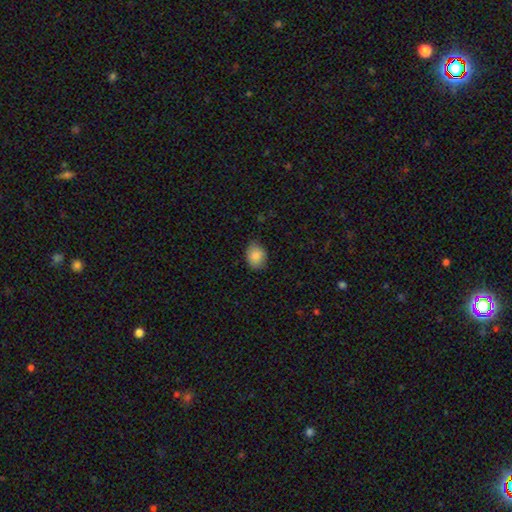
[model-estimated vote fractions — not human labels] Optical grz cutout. It shows a smooth galaxy with no disk features (86%) that is in between round and cigar-shaped (64%). Merging: none (78%).